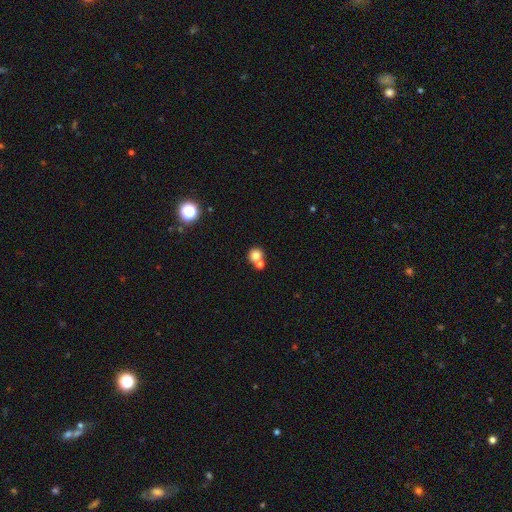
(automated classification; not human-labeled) Morphology: type=smooth (78%); roundness=round (87%); merging=none (48%).